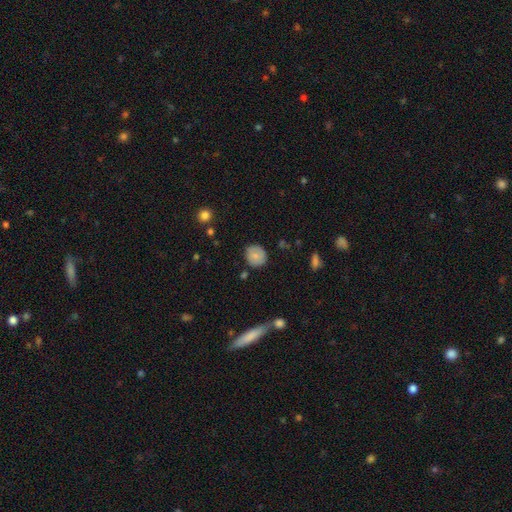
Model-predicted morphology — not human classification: Overall: smooth (79%). How rounded: round (84%). Merging: none (79%).